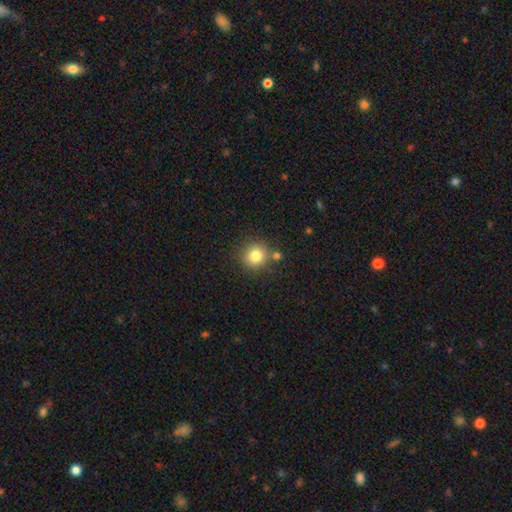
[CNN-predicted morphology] A smooth galaxy with no disk features (80%) that is round (90%). Merging: none (77%).